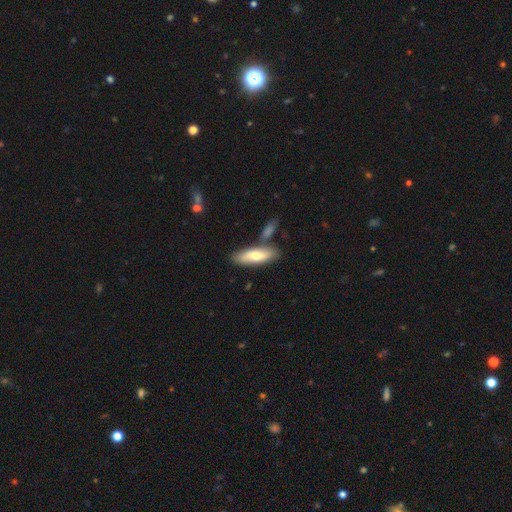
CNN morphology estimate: A smooth galaxy with no disk features (66%) that is in between round and cigar-shaped (59%).

Vote fractions:
- Smooth or featured? smooth: 66% / featured or disk: 28% / star or artifact: 5%
- How rounded? in between: 59% / cigar-shaped: 39% / round: 2%
- Merging? none: 72% / merger: 13% / minor disturbance: 12% / major disturbance: 3%